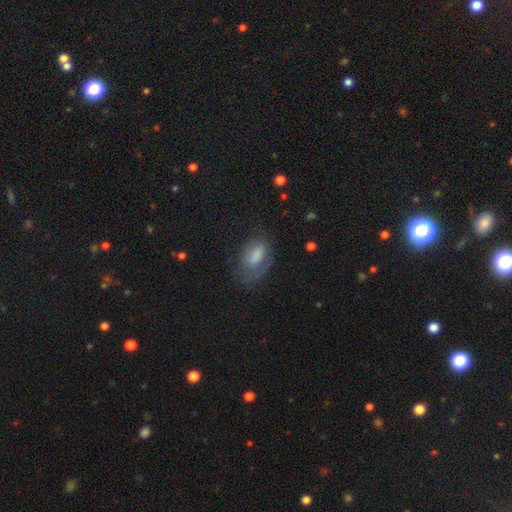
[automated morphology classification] Smooth or featured?
  - smooth: 67% *
  - featured or disk: 24%
  - star or artifact: 9%
How rounded?
  - in between: 89% *
  - round: 8%
  - cigar-shaped: 3%
Merging?
  - none: 46% *
  - minor disturbance: 28%
  - major disturbance: 24%
  - merger: 2%